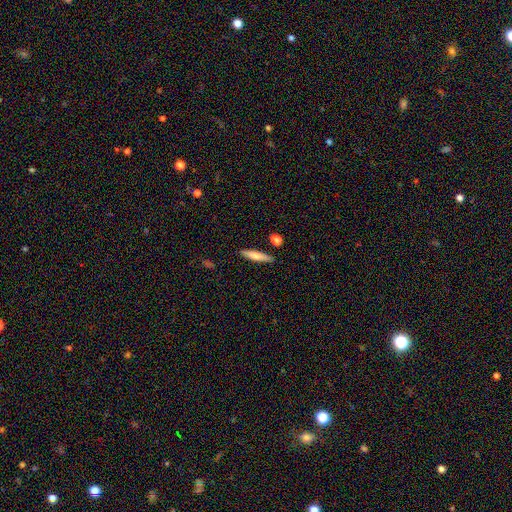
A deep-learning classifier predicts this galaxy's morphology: Smooth or featured?
  - smooth: 70% *
  - featured or disk: 24%
  - star or artifact: 6%
How rounded?
  - cigar-shaped: 84% *
  - in between: 14%
  - round: 2%
Merging?
  - none: 85% *
  - minor disturbance: 10%
  - merger: 4%
  - major disturbance: 2%